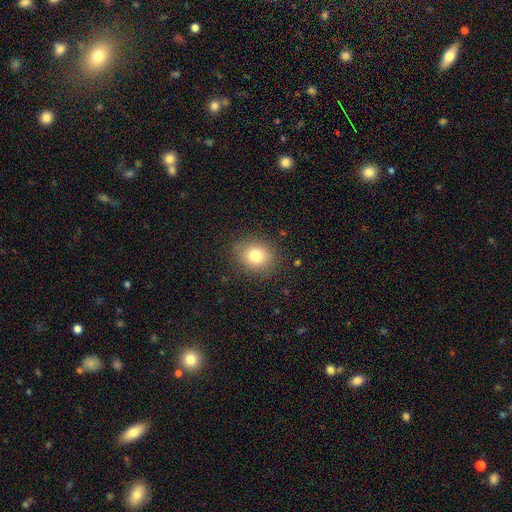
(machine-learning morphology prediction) Smooth or featured? Predicted: smooth (p=0.78). How rounded? Predicted: round (p=0.68). Merging? Predicted: none (p=0.86).